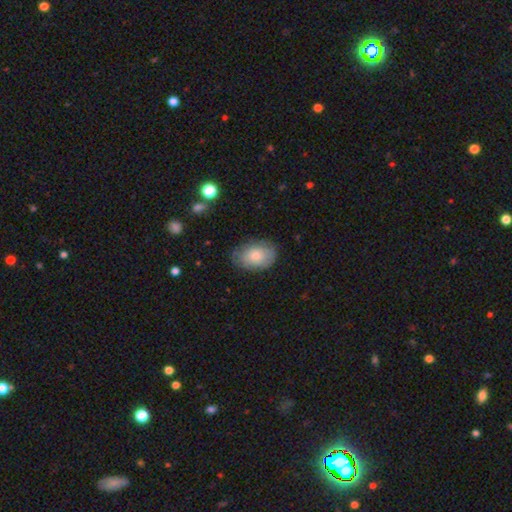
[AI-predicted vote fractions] smooth-or-featured: smooth: 74% | featured or disk: 20% | star or artifact: 6%
  how-rounded: in between: 84% | round: 15% | cigar-shaped: 1%
  merging: none: 77% | minor disturbance: 18% | major disturbance: 4% | merger: 1%